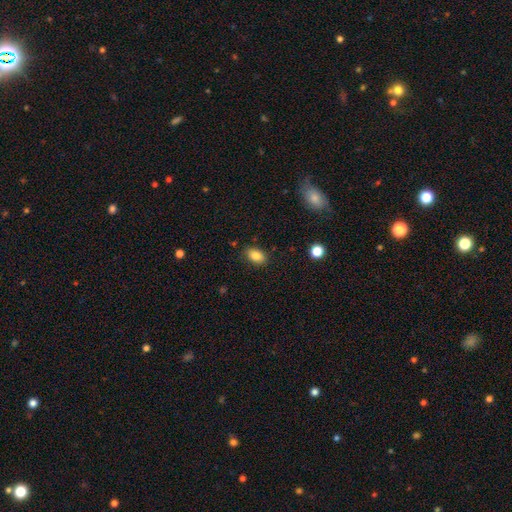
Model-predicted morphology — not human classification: Smooth or featured?
  - smooth: 84% *
  - star or artifact: 9%
  - featured or disk: 7%
How rounded?
  - in between: 86% *
  - round: 13%
  - cigar-shaped: 2%
Merging?
  - none: 84% *
  - minor disturbance: 12%
  - major disturbance: 3%
  - merger: 2%